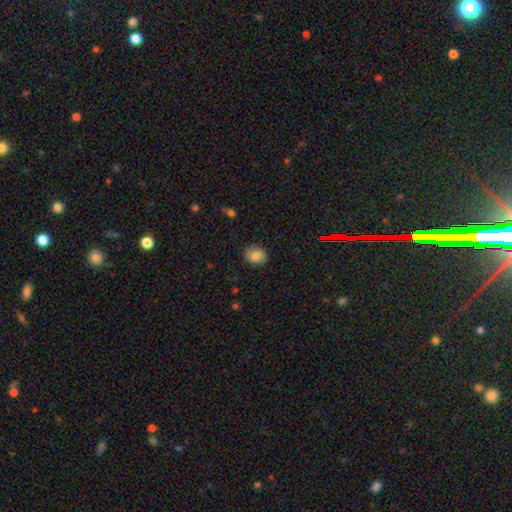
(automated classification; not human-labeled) smooth_or_featured: smooth (p=0.76) [alt: featured or disk p=0.14]
how_rounded: round (p=0.71) [alt: in between p=0.28]
merging: none (p=0.81) [alt: minor disturbance p=0.14]